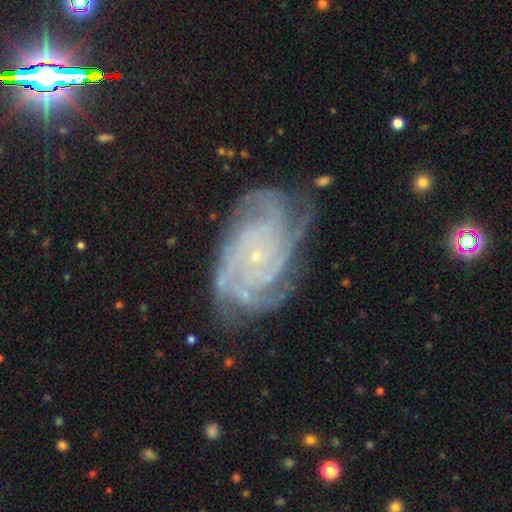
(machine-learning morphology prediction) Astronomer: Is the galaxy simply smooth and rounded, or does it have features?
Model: featured or disk — 88%.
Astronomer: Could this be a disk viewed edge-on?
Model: no — 97%.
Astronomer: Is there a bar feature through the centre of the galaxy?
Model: no — 78%.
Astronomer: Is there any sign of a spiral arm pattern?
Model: yes — 98%.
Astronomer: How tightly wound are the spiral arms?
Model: tight — 73%.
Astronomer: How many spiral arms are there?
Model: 4 — 35% (runner-up: 3, 17%).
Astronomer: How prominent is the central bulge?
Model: small — 87%.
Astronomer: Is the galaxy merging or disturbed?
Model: none — 70%.